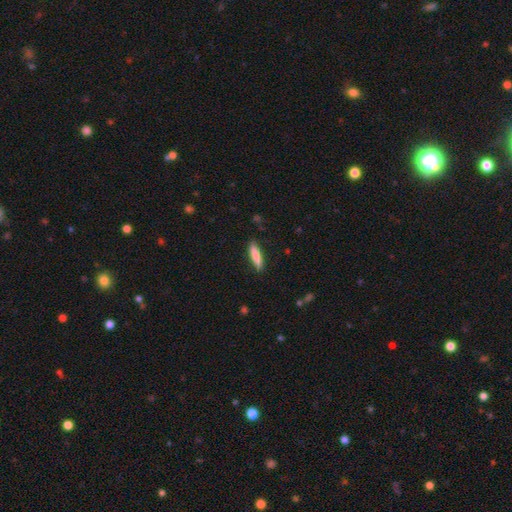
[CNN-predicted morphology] smooth_or_featured: smooth (p=0.85) [alt: featured or disk p=0.10]
how_rounded: cigar-shaped (p=0.81) [alt: in between p=0.18]
merging: none (p=0.87) [alt: minor disturbance p=0.10]